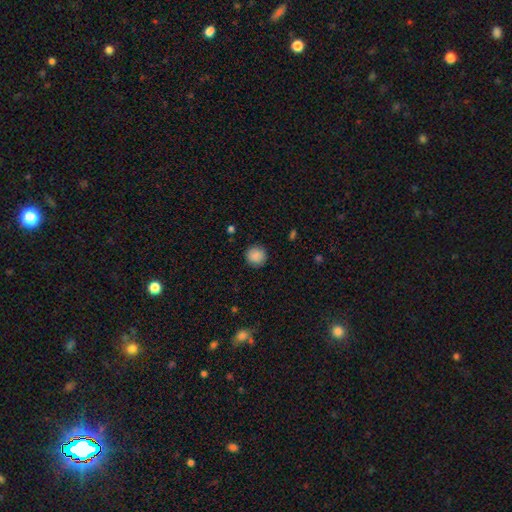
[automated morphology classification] This appears to be a smooth galaxy with no disk features (88%) that is round (93%). Merging: none (89%).